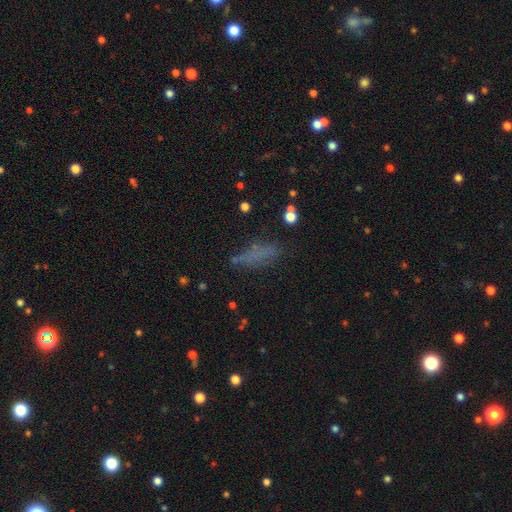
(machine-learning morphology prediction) smooth-or-featured: smooth: 61% | star or artifact: 21% | featured or disk: 18%
  how-rounded: cigar-shaped: 52% | in between: 43% | round: 5%
  merging: none: 61% | minor disturbance: 21% | major disturbance: 13% | merger: 4%